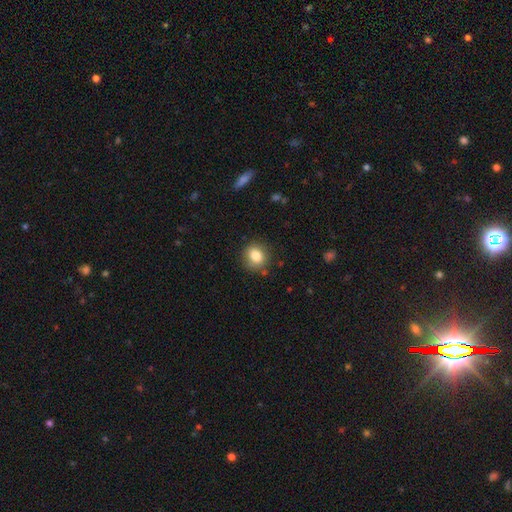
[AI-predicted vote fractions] Smooth or featured: smooth — 82% (star or artifact — 10%)
How rounded: round — 77% (in between — 22%)
Merging: none — 86% (minor disturbance — 10%)